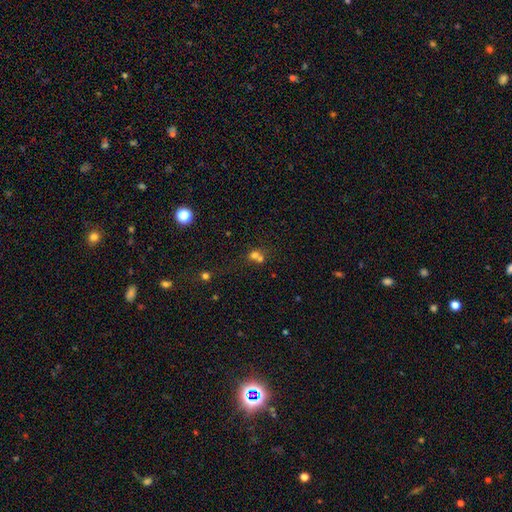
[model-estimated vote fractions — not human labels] Smooth or featured: smooth — 66% (star or artifact — 20%)
How rounded: round — 79% (in between — 20%)
Merging: merger — 55% (none — 35%)